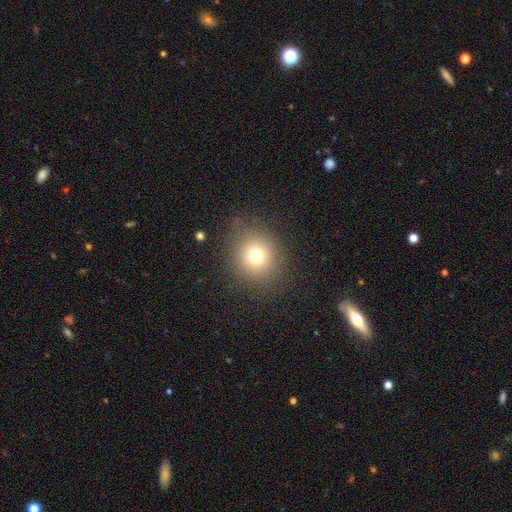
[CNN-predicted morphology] type=smooth (73%); roundness=round (84%); merging=none (84%).